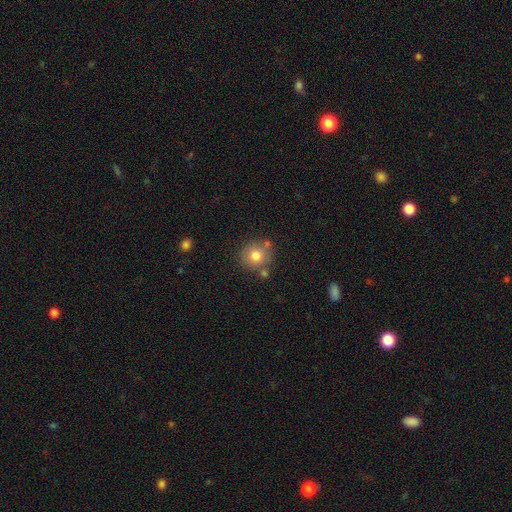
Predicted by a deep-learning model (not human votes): The model was most divided on "merging": none: 74%, minor disturbance: 12%, merger: 11%, major disturbance: 3%. More confident: how rounded — round (90%); smooth or featured — smooth (77%).